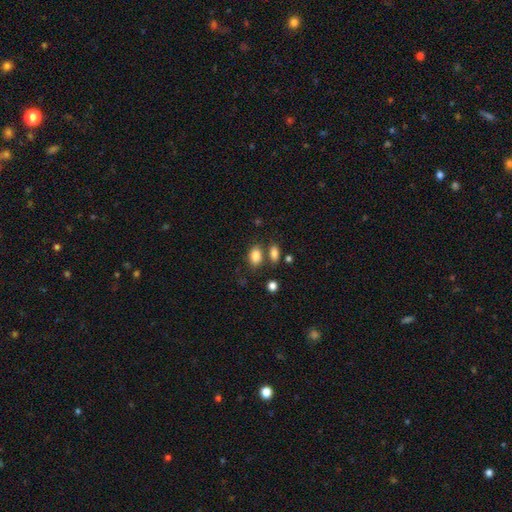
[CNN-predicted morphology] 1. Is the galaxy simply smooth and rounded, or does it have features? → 84% smooth, 9% star or artifact, 7% featured or disk.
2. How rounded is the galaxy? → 82% in between, 17% round, 2% cigar-shaped.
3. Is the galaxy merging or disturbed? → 66% none, 17% merger, 13% minor disturbance, 4% major disturbance.